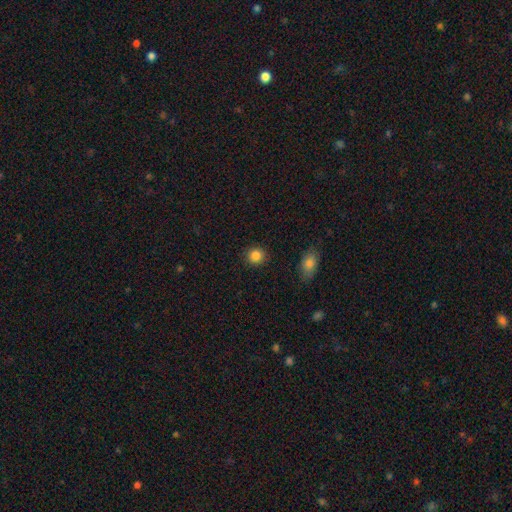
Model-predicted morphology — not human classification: This appears to be a smooth galaxy with no disk features (85%) that is round (88%). Merging: none (91%).